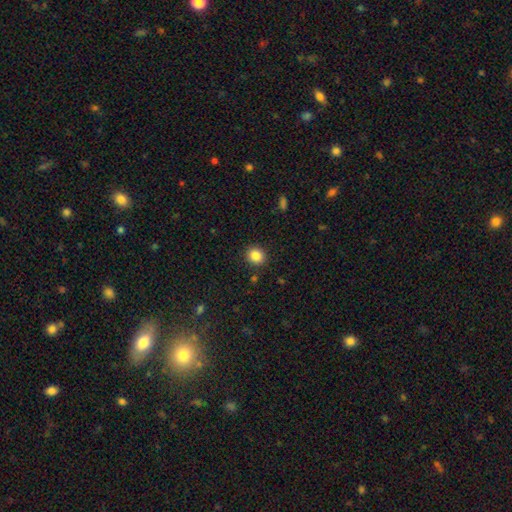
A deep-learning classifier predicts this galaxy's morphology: This is clearly a smooth galaxy (86%). How rounded: likely round (80%). Merging: clearly none (90%).